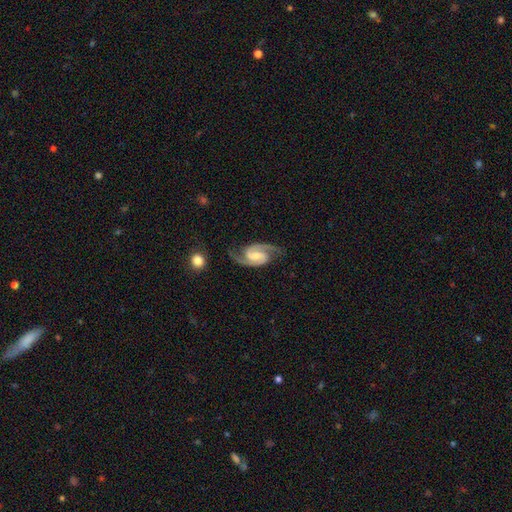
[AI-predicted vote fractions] Smooth or featured? featured or disk (93%)
Edge-on disk? no (98%)
Bar? weak (50%)
Spiral arms? yes (98%)
Spiral winding? medium (61%)
Spiral arm count? 2 (94%)
Bulge size? moderate (45%)
Merging? none (80%)